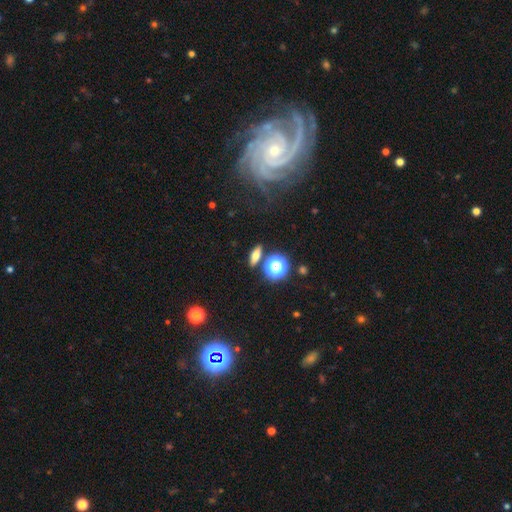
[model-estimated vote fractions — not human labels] Smooth or featured? Predicted: smooth (p=0.61). How rounded? Predicted: in between (p=0.47). Merging? Predicted: none (p=0.83).